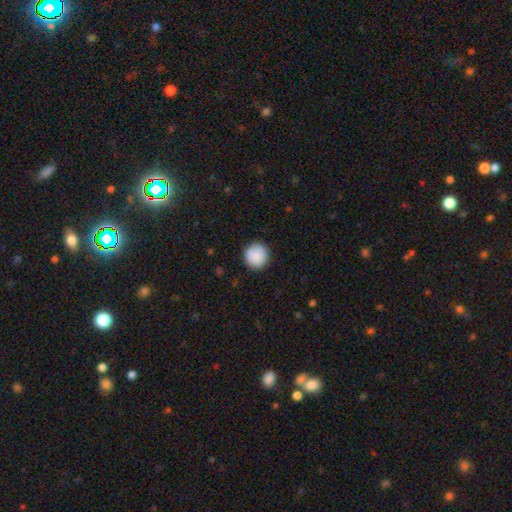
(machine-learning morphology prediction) type=smooth (89%); roundness=round (95%); merging=none (90%).